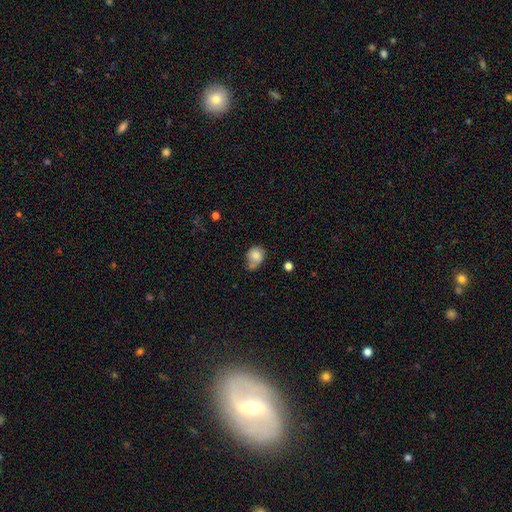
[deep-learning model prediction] smooth_or_featured: smooth (p=0.78) [alt: featured or disk p=0.12]
how_rounded: round (p=0.63) [alt: in between p=0.36]
merging: none (p=0.41) [alt: minor disturbance p=0.34]